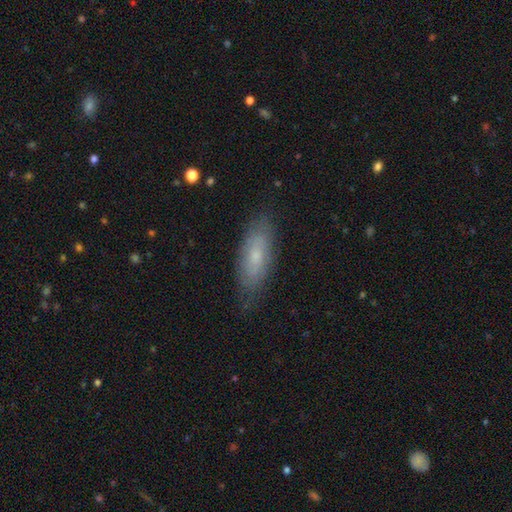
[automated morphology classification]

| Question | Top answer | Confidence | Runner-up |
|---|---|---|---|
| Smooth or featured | smooth | 61% | featured or disk (32%) |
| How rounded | in between | 69% | cigar-shaped (29%) |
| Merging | none | 77% | minor disturbance (18%) |